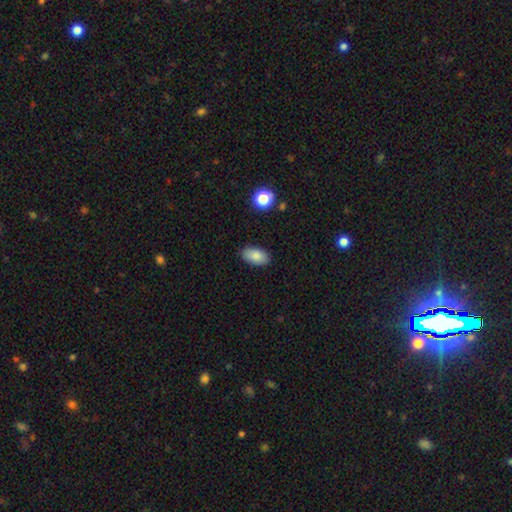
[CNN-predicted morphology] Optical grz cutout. It shows a smooth galaxy with no disk features (85%) that is in between round and cigar-shaped (93%). Merging: none (86%).